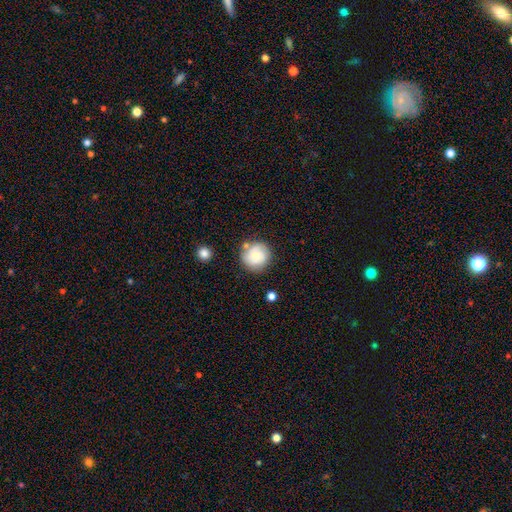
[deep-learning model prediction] Smooth or featured? smooth (68%)
How rounded? round (90%)
Merging? none (70%)